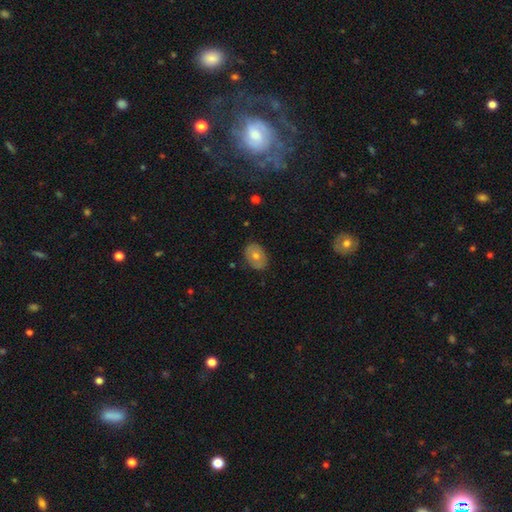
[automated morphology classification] A smooth galaxy with no disk features (55%) that is in between round and cigar-shaped (69%).

Vote fractions:
- Smooth or featured? smooth: 55% / featured or disk: 33% / star or artifact: 12%
- How rounded? in between: 69% / round: 30% / cigar-shaped: 1%
- Merging? none: 84% / minor disturbance: 12% / major disturbance: 3% / merger: 1%